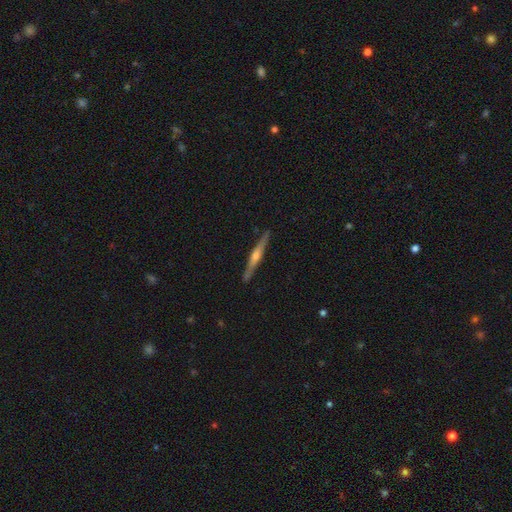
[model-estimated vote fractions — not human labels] A featured or disk galaxy (71%) viewed edge-on (98%) with a rounded central bulge (85%). Merging: none (89%).